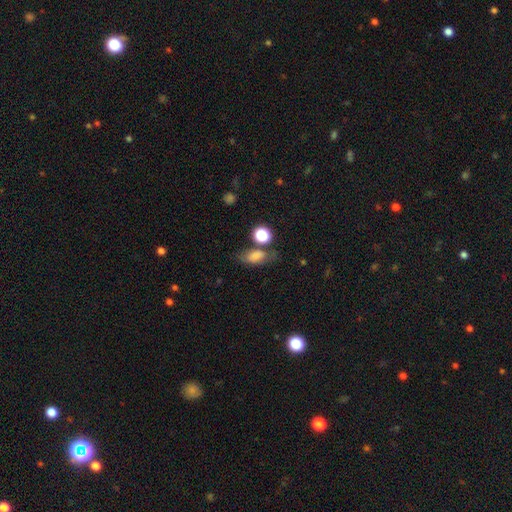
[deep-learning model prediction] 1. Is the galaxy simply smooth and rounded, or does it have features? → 74% smooth, 14% featured or disk, 12% star or artifact.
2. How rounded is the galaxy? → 78% in between, 16% round, 6% cigar-shaped.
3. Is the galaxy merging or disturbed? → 56% none, 21% minor disturbance, 14% merger, 10% major disturbance.